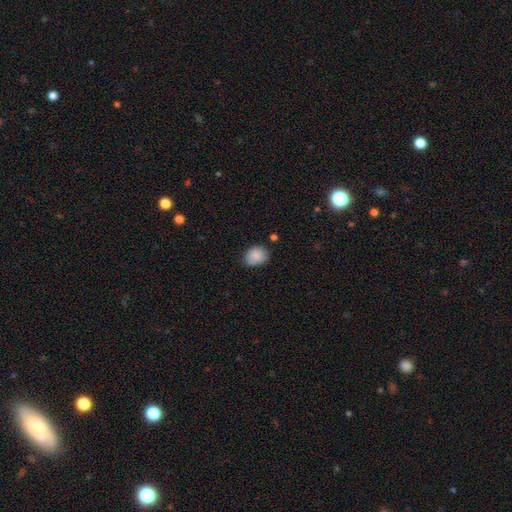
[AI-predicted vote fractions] Smooth or featured: smooth — 86% (star or artifact — 8%)
How rounded: in between — 53% (round — 46%)
Merging: none — 67% (minor disturbance — 26%)